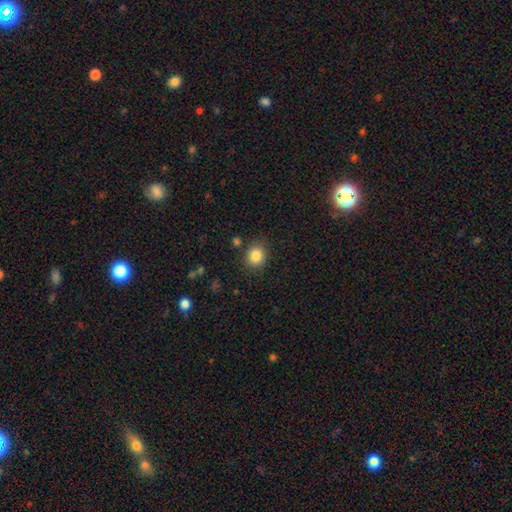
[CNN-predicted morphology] smooth_or_featured: smooth (p=0.84) [alt: star or artifact p=0.10]
how_rounded: round (p=0.75) [alt: in between p=0.24]
merging: none (p=0.84) [alt: minor disturbance p=0.10]